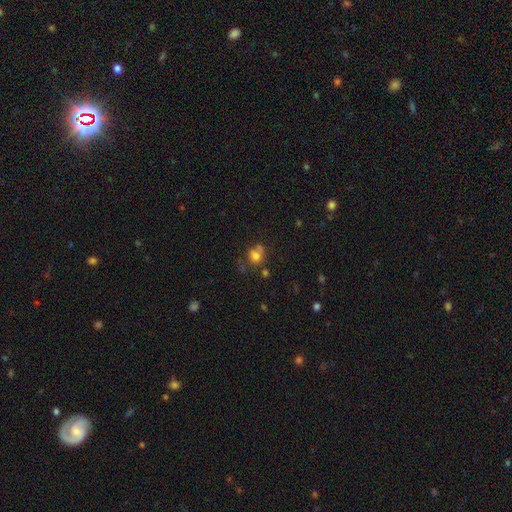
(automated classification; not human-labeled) Smooth or featured? Predicted: smooth (p=0.73). How rounded? Predicted: round (p=0.71). Merging? Predicted: none (p=0.49).